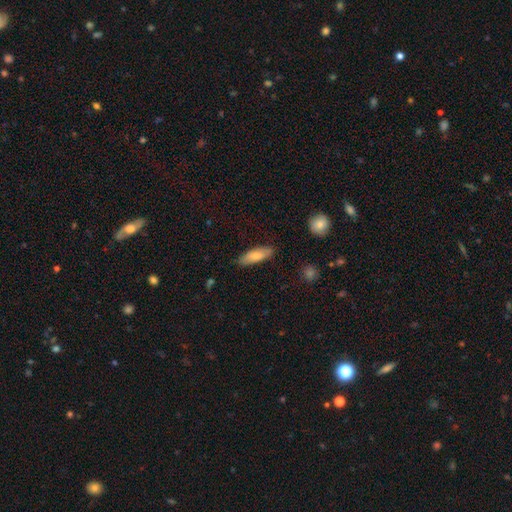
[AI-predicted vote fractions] Smooth or featured? Predicted: smooth (p=0.76). How rounded? Predicted: in between (p=0.50). Merging? Predicted: none (p=0.84).